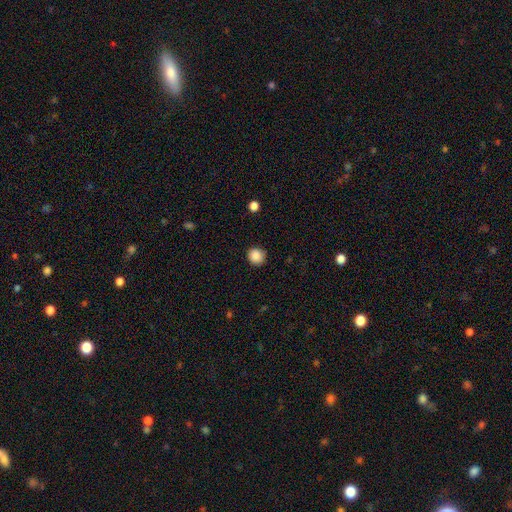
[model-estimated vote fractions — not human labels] This appears to be a smooth galaxy with no disk features (88%) that is round (91%). Merging: none (89%).